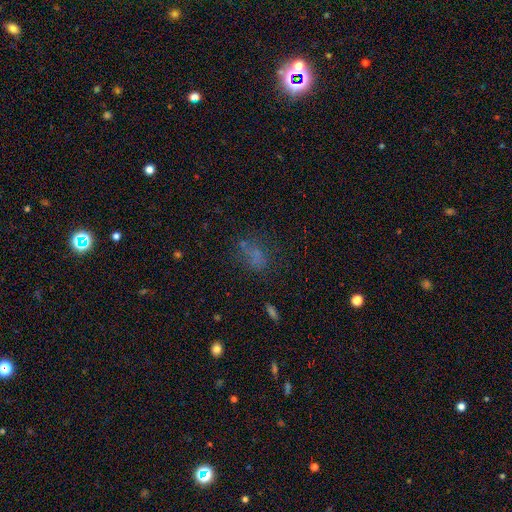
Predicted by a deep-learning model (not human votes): Smooth or featured?
  - smooth: 57% *
  - star or artifact: 25%
  - featured or disk: 19%
How rounded?
  - in between: 68% *
  - round: 27%
  - cigar-shaped: 5%
Merging?
  - none: 54% *
  - minor disturbance: 19%
  - major disturbance: 19%
  - merger: 8%